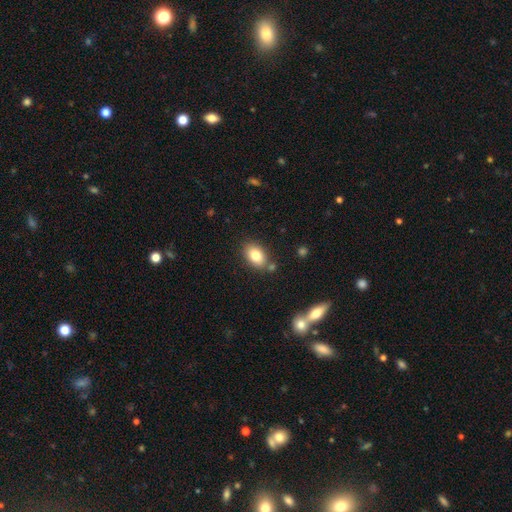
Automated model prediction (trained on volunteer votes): This is clearly a smooth galaxy (81%). How rounded: clearly in between (84%). Merging: likely none (77%).